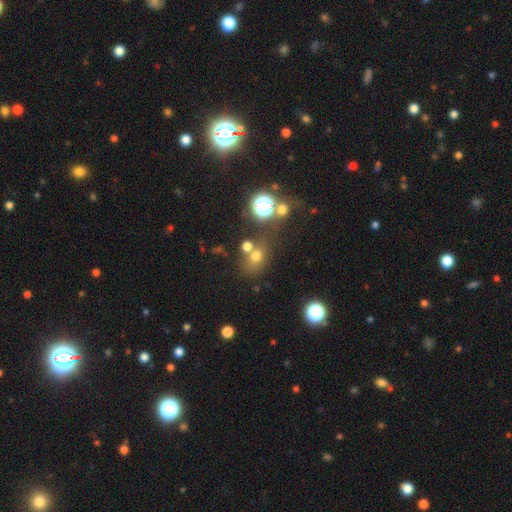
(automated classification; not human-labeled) Q: Smooth or featured?
A: smooth (63%); runner-up: star or artifact (24%)
Q: How rounded?
A: round (64%); runner-up: in between (35%)
Q: Merging?
A: none (57%); runner-up: merger (25%)